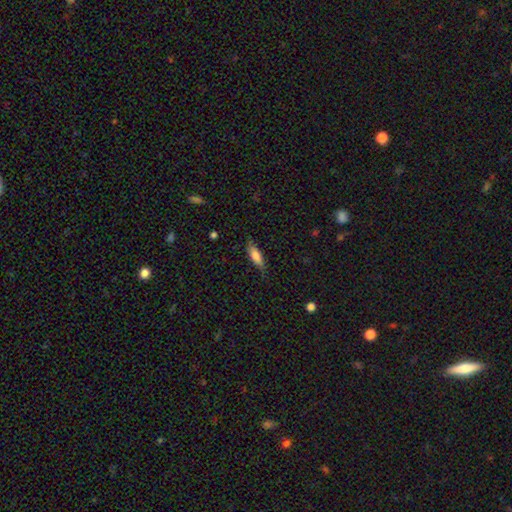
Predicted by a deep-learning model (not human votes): Smooth or featured?
  - smooth: 72% *
  - featured or disk: 21%
  - star or artifact: 6%
How rounded?
  - in between: 50% *
  - cigar-shaped: 48%
  - round: 2%
Merging?
  - none: 75% *
  - minor disturbance: 20%
  - major disturbance: 4%
  - merger: 1%